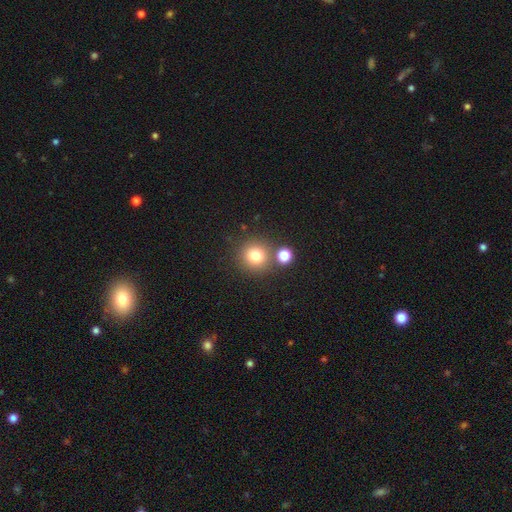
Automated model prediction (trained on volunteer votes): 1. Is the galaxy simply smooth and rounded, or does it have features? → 77% smooth, 14% star or artifact, 8% featured or disk.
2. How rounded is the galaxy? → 93% round, 6% in between, 1% cigar-shaped.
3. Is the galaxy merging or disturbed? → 77% none, 12% merger, 8% minor disturbance, 3% major disturbance.